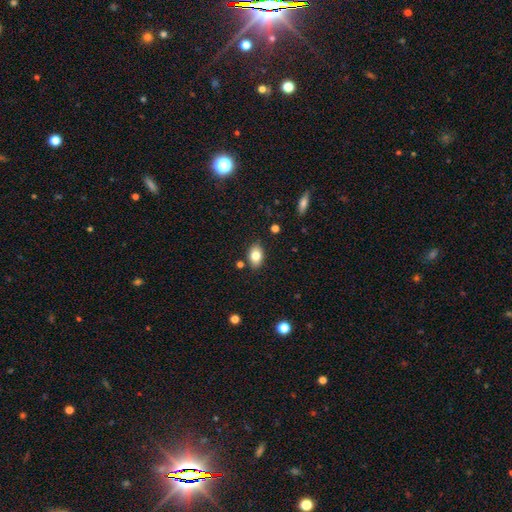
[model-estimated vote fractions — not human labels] A smooth galaxy with no disk features (81%) that is in between round and cigar-shaped (87%).

Vote fractions:
- Smooth or featured? smooth: 81% / featured or disk: 11% / star or artifact: 9%
- How rounded? in between: 87% / round: 11% / cigar-shaped: 2%
- Merging? none: 85% / minor disturbance: 10% / merger: 3% / major disturbance: 2%